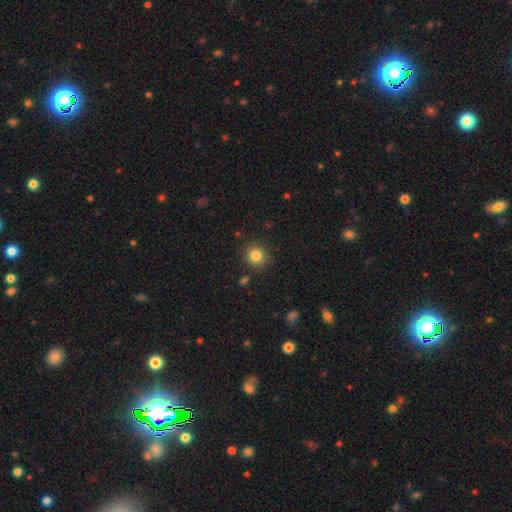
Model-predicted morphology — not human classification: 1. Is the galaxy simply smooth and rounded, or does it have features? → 83% smooth, 11% star or artifact, 6% featured or disk.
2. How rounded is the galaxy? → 82% round, 17% in between, 1% cigar-shaped.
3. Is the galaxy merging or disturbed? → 86% none, 9% minor disturbance, 3% major disturbance, 2% merger.